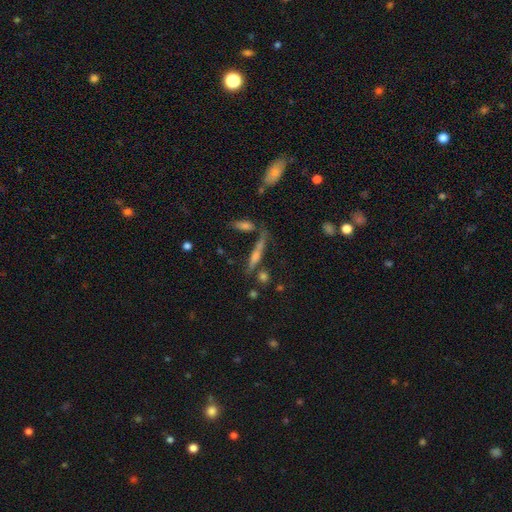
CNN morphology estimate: type=featured or disk (53%); edge-on=yes (91%); merging=none (66%).